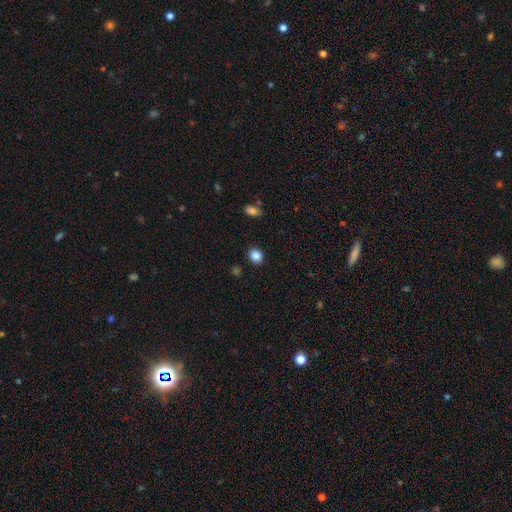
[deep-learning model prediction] A smooth galaxy with no disk features (85%) that is round (58%). Merging: none (89%).